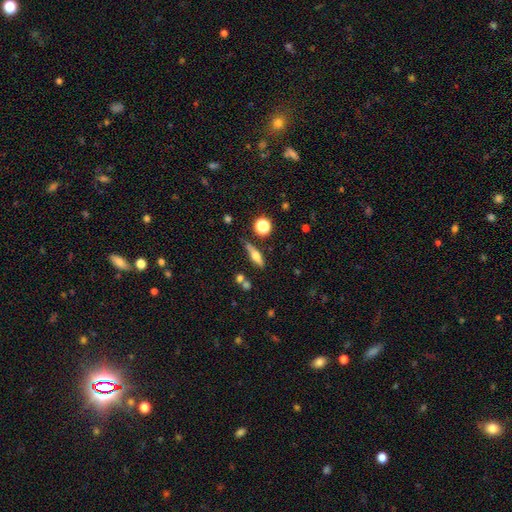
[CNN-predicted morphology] Q: Smooth or featured?
A: featured or disk (51%); runner-up: smooth (40%)
Q: Edge-on disk?
A: yes (91%); runner-up: no (9%)
Q: Merging?
A: none (73%); runner-up: minor disturbance (14%)